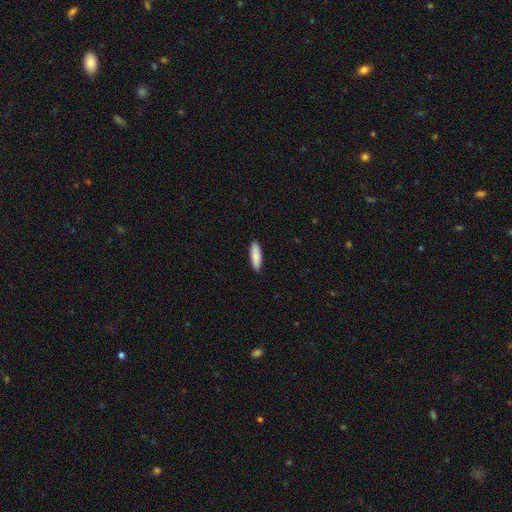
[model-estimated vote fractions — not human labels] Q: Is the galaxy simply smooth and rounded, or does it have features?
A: smooth — 89%.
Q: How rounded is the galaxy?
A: cigar-shaped — 58%.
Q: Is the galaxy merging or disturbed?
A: none — 90%.